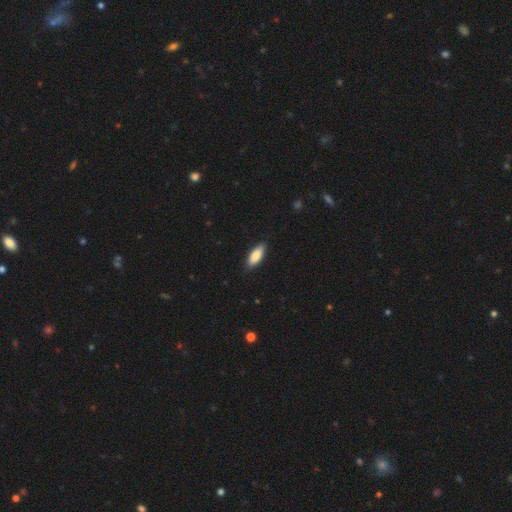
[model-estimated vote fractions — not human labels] smooth-or-featured: smooth: 81% | featured or disk: 13% | star or artifact: 6%
  how-rounded: in between: 72% | cigar-shaped: 26% | round: 2%
  merging: none: 85% | minor disturbance: 12% | major disturbance: 2% | merger: 1%